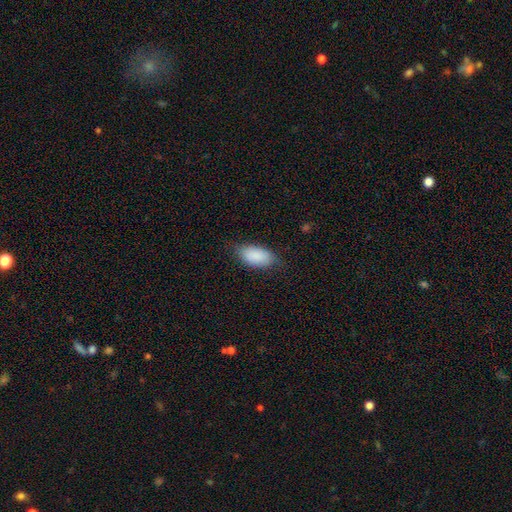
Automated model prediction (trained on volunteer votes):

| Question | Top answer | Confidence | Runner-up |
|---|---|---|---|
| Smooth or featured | smooth | 89% | star or artifact (6%) |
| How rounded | in between | 94% | cigar-shaped (4%) |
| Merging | none | 77% | minor disturbance (18%) |